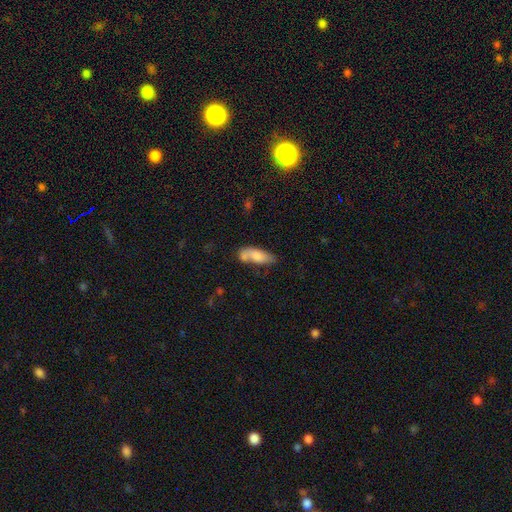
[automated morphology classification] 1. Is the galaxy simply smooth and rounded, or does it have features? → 75% smooth, 18% featured or disk, 7% star or artifact.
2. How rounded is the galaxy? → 70% in between, 27% cigar-shaped, 3% round.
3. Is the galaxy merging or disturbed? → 42% none, 26% merger, 22% minor disturbance, 9% major disturbance.